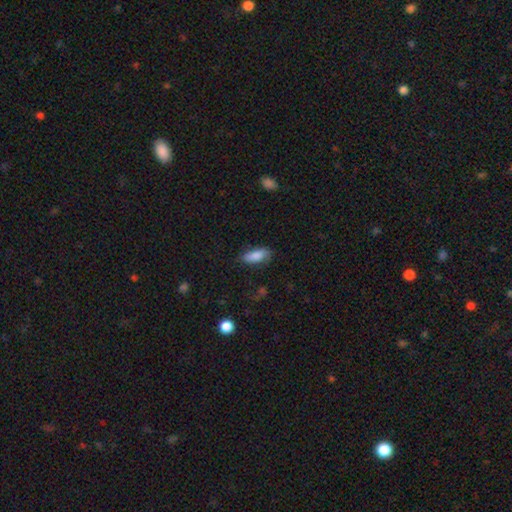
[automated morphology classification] A smooth galaxy with no disk features (84%) that is in between round and cigar-shaped (77%). Merging: none (75%).